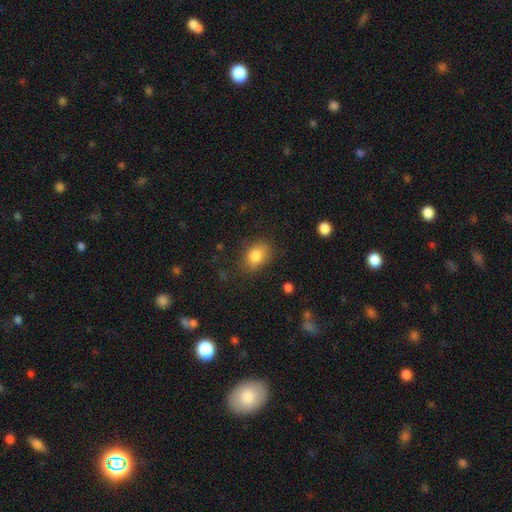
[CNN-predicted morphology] smooth-or-featured: smooth: 83% | star or artifact: 9% | featured or disk: 8%
  how-rounded: in between: 69% | round: 30% | cigar-shaped: 1%
  merging: none: 76% | minor disturbance: 17% | major disturbance: 5% | merger: 2%